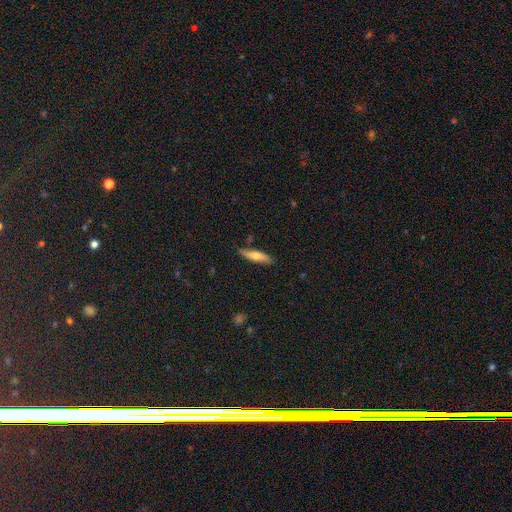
smooth_or_featured: smooth (p=0.59) [alt: featured or disk p=0.34]
how_rounded: cigar-shaped (p=0.62) [alt: in between p=0.38]
merging: none (p=1.00)